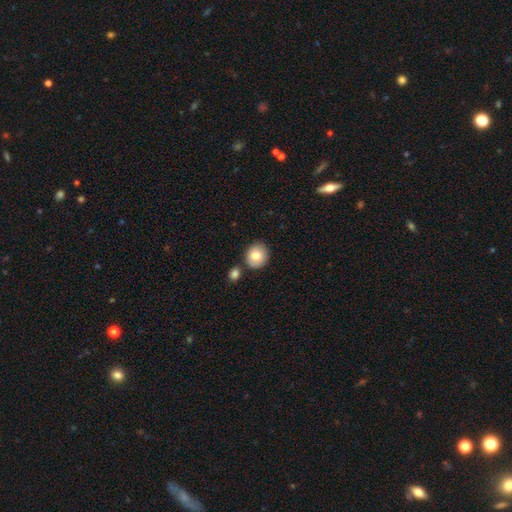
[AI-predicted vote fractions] Smooth or featured: smooth — 79% (featured or disk — 12%)
How rounded: round — 75% (in between — 24%)
Merging: none — 74% (merger — 12%)